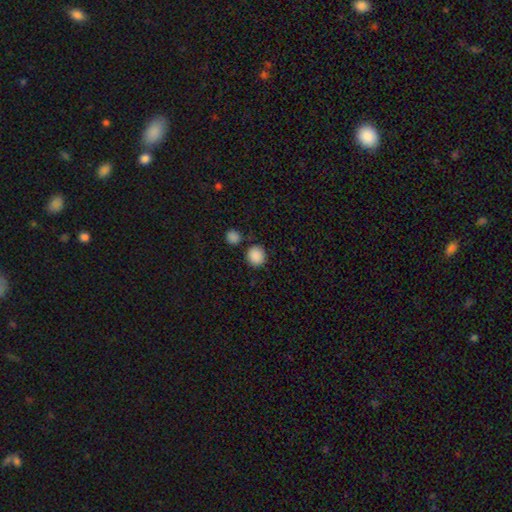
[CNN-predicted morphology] smooth_or_featured: smooth (p=0.88) [alt: star or artifact p=0.09]
how_rounded: round (p=0.87) [alt: in between p=0.12]
merging: none (p=0.82) [alt: minor disturbance p=0.09]